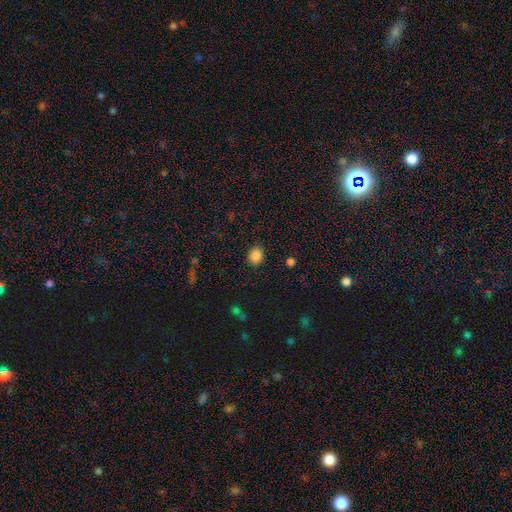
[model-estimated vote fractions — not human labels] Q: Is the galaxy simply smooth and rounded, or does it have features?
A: smooth — 86%.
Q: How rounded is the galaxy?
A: in between — 50%.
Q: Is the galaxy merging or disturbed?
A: none — 87%.